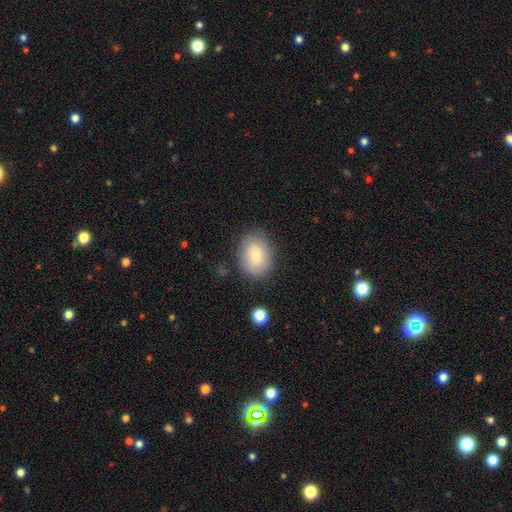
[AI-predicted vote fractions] Smooth or featured?
  - smooth: 80% *
  - featured or disk: 13%
  - star or artifact: 7%
How rounded?
  - in between: 66% *
  - round: 33%
  - cigar-shaped: 1%
Merging?
  - none: 78% *
  - minor disturbance: 16%
  - major disturbance: 5%
  - merger: 2%